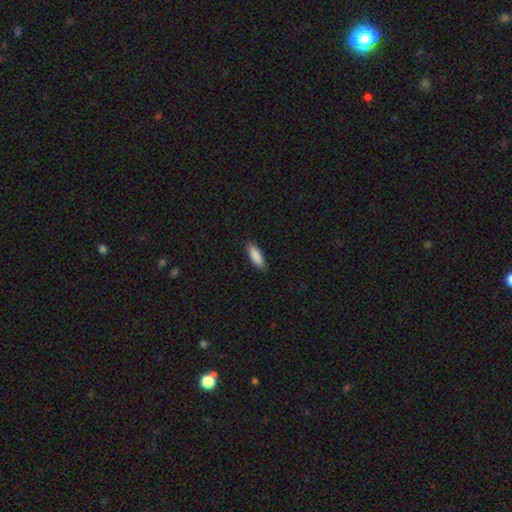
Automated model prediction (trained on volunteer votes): This is clearly a smooth galaxy (89%). How rounded: possibly in between (54%). Merging: clearly none (88%).